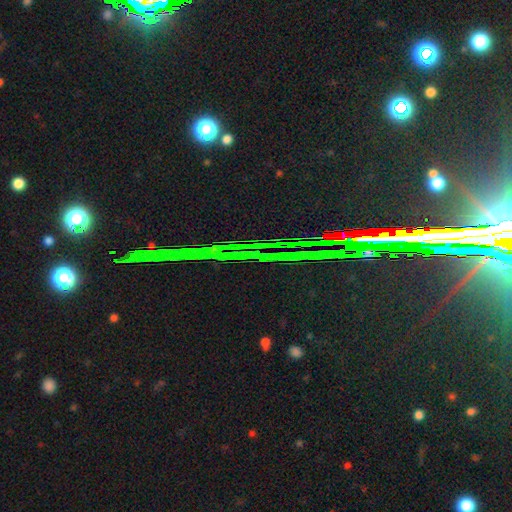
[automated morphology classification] smooth_or_featured: star or artifact (p=0.84) [alt: featured or disk p=0.09]